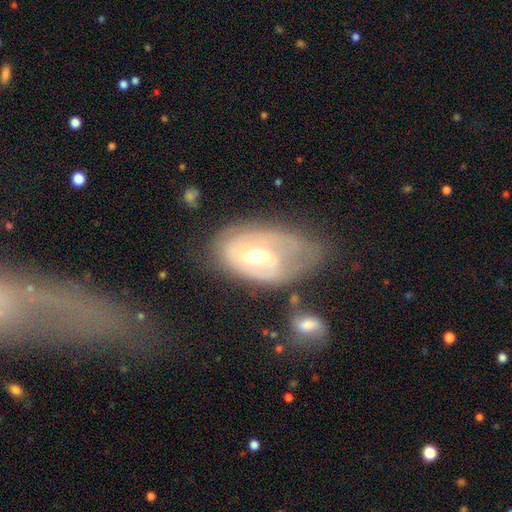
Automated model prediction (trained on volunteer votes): A featured or disk galaxy (76%) with a weak bar (51%), 2 (47%) tight (50%) spiral arms (84%) and a moderate central bulge (70%). Merging: none (42%).